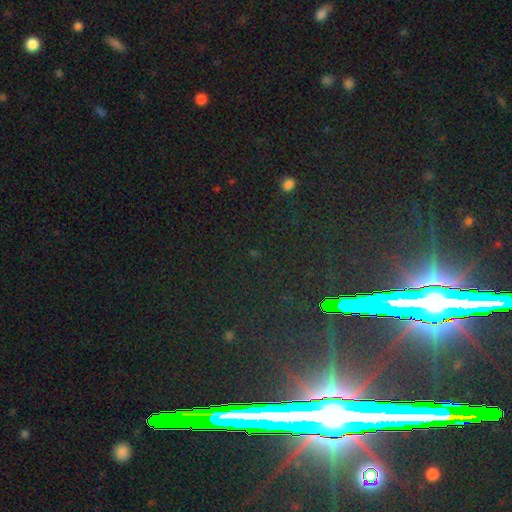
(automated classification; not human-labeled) Smooth or featured?
  - star or artifact: 80% *
  - featured or disk: 11%
  - smooth: 9%